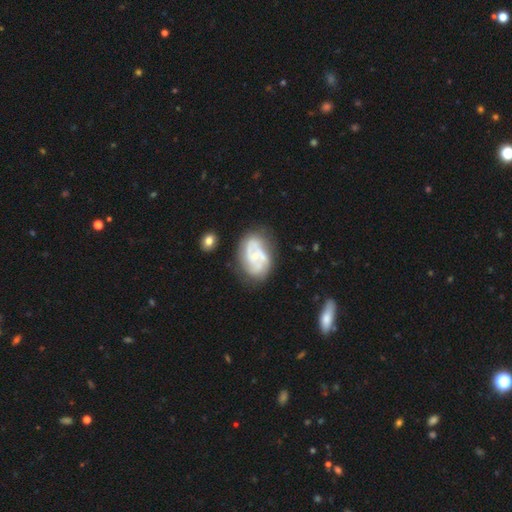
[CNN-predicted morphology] This is likely a featured or disk galaxy (75%). It is clearly not viewed edge-on (97%). Bar: likely no (61%). Spiral arm pattern: clearly yes (83%). Spiral arm count: marginally 2 (40%). Spiral winding: marginally tight (42%). Central bulge: likely small (60%). Merging: possibly none (60%).